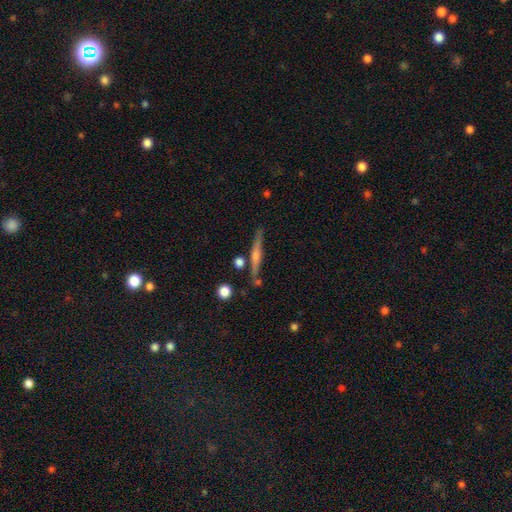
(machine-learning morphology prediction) A featured or disk galaxy (64%) viewed edge-on (97%) with a rounded central bulge (70%). Merging: none (83%).